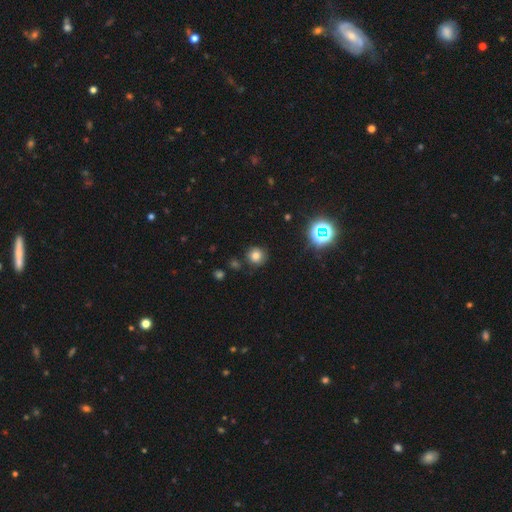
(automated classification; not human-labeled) smooth-or-featured: smooth: 74% | star or artifact: 17% | featured or disk: 8%
  how-rounded: round: 92% | in between: 7% | cigar-shaped: 1%
  merging: none: 83% | minor disturbance: 10% | merger: 4% | major disturbance: 3%